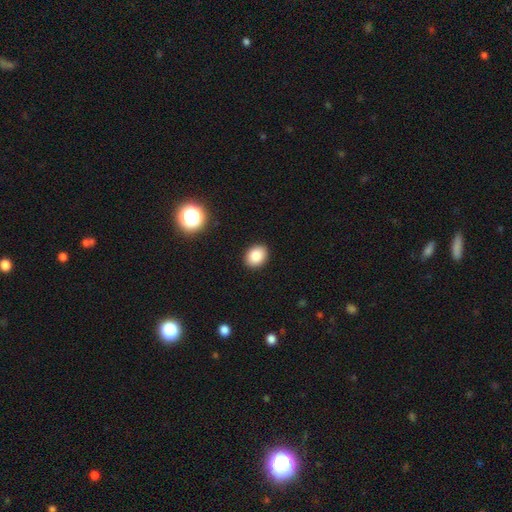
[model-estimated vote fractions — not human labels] Smooth or featured? Predicted: smooth (p=0.85). How rounded? Predicted: in between (p=0.57). Merging? Predicted: none (p=0.91).